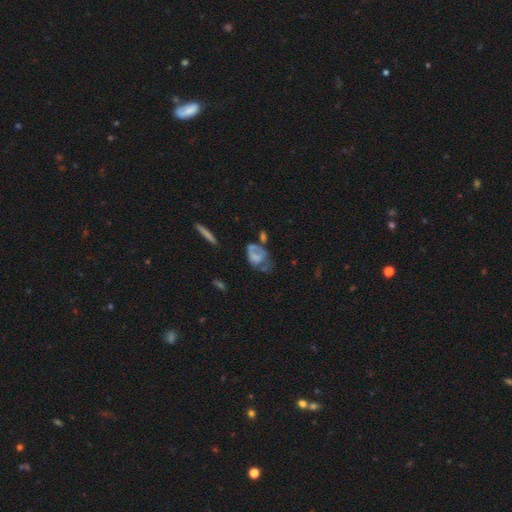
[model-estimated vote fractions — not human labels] The model was most divided on "smooth or featured": smooth: 48%, featured or disk: 41%, star or artifact: 11%. Remaining: merging — major disturbance (35%).